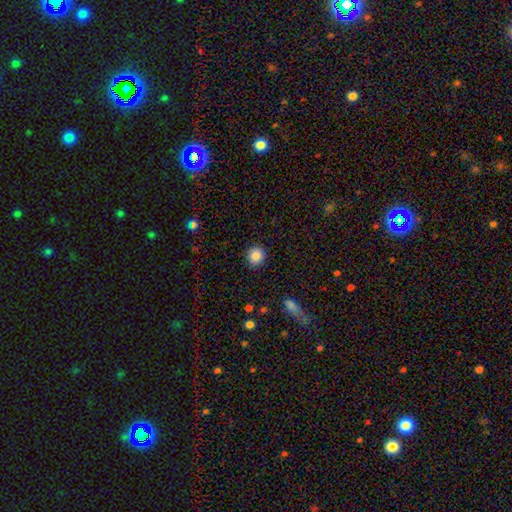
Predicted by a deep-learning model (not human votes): Smooth or featured: smooth — 87% (star or artifact — 9%)
How rounded: round — 86% (in between — 13%)
Merging: none — 90% (minor disturbance — 7%)